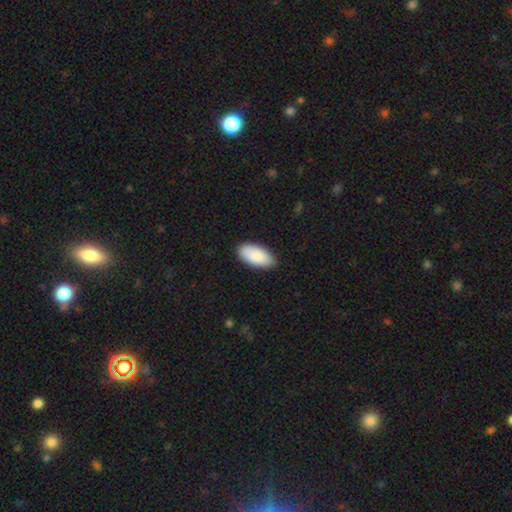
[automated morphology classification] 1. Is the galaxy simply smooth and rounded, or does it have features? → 90% smooth, 6% star or artifact, 5% featured or disk.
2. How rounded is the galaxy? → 94% in between, 5% cigar-shaped, 2% round.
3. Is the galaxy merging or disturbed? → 86% none, 11% minor disturbance, 2% major disturbance, 1% merger.